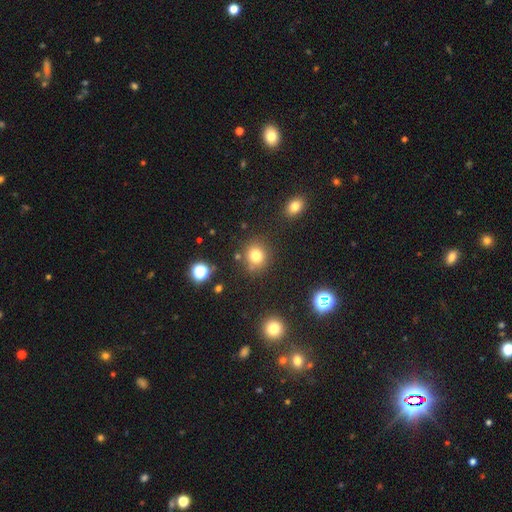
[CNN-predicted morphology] Smooth or featured?
  - smooth: 77% *
  - star or artifact: 15%
  - featured or disk: 8%
How rounded?
  - round: 81% *
  - in between: 18%
  - cigar-shaped: 1%
Merging?
  - none: 79% *
  - minor disturbance: 11%
  - merger: 6%
  - major disturbance: 4%